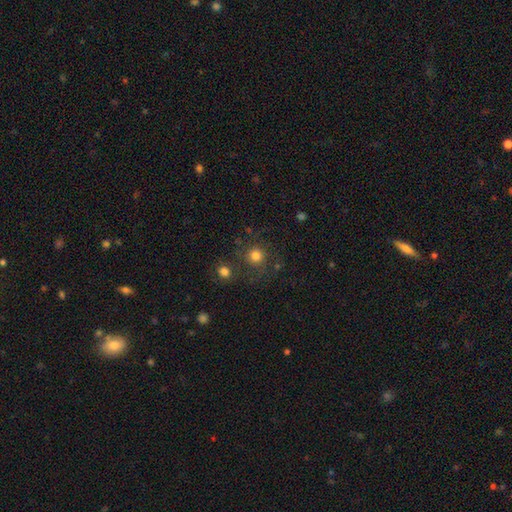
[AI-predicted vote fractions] Smooth or featured?
  - smooth: 76% *
  - star or artifact: 13%
  - featured or disk: 11%
How rounded?
  - round: 92% *
  - in between: 7%
  - cigar-shaped: 1%
Merging?
  - none: 72% *
  - minor disturbance: 11%
  - merger: 10%
  - major disturbance: 7%